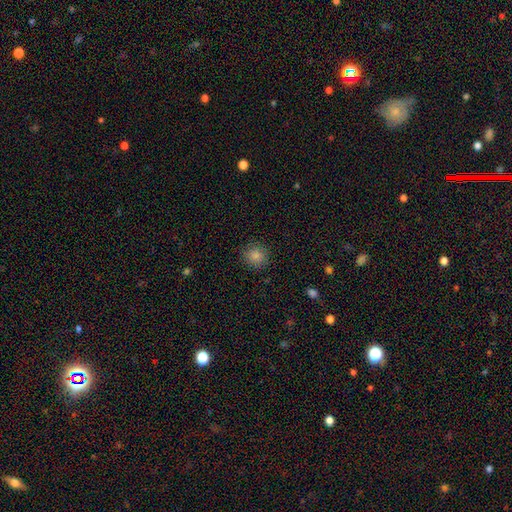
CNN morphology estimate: Smooth or featured: smooth — 83% (star or artifact — 12%)
How rounded: round — 92% (in between — 7%)
Merging: none — 88% (minor disturbance — 8%)